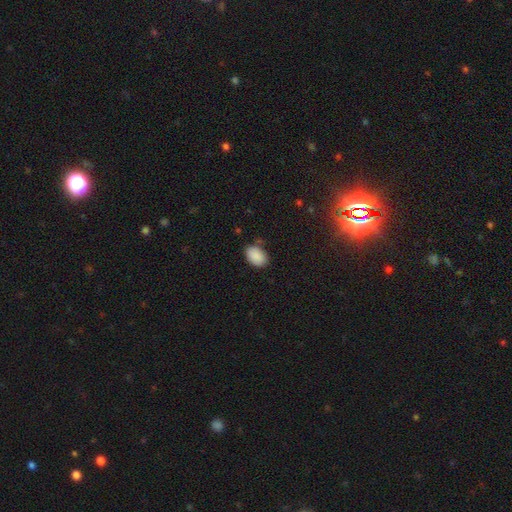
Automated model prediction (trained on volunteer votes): smooth 89%, star or artifact 8%, featured or disk 3%. Down the decision tree: how rounded — in between (87%); merging — none (78%).